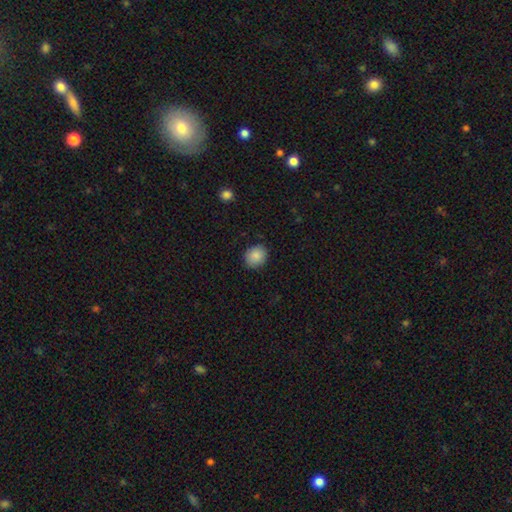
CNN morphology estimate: This appears to be a smooth galaxy with no disk features (87%) that is round (75%). Merging: none (86%).